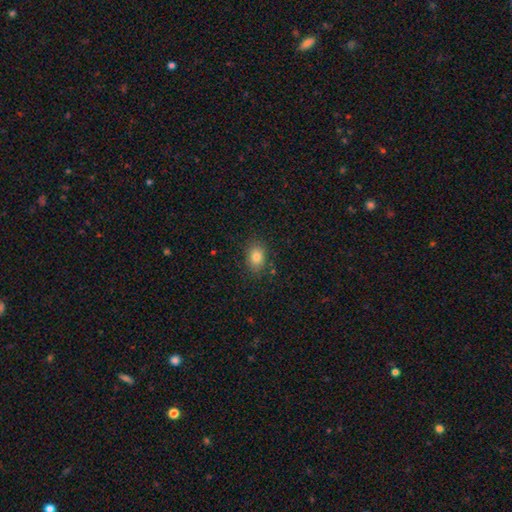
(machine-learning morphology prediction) smooth 81%, star or artifact 11%, featured or disk 8%. Down the decision tree: how rounded — in between (72%); merging — none (86%).